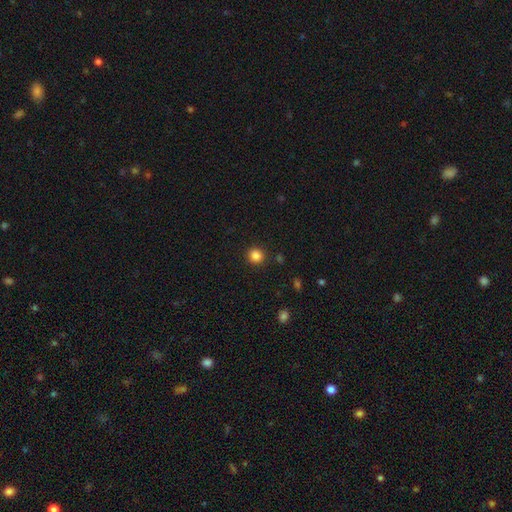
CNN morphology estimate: smooth-or-featured: smooth: 85% | star or artifact: 12% | featured or disk: 3%
  how-rounded: round: 92% | in between: 7% | cigar-shaped: 1%
  merging: none: 90% | minor disturbance: 6% | major disturbance: 2% | merger: 2%